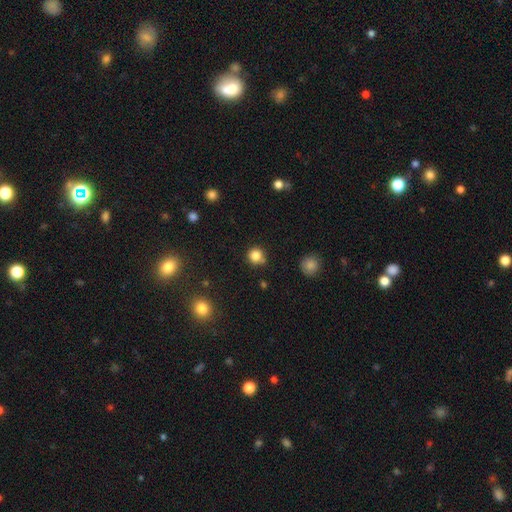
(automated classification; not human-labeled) Overall: smooth (83%). How rounded: round (92%). Merging: none (77%).